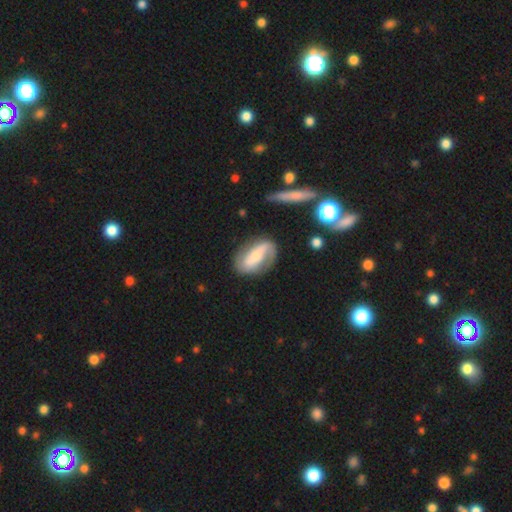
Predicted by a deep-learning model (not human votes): A featured or disk galaxy (71%) with a strong bar (46%), 2 (83%) loose (44%) spiral arms (87%) and a small central bulge (48%). Merging: none (74%).